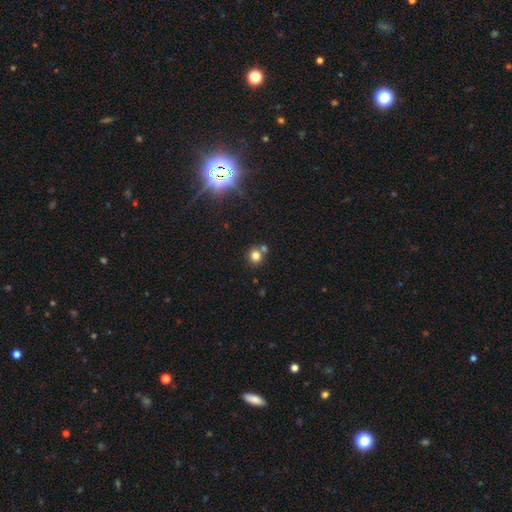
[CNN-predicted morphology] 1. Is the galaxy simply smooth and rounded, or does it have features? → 78% smooth, 14% star or artifact, 8% featured or disk.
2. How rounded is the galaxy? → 85% round, 14% in between, 1% cigar-shaped.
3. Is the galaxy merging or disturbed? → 63% none, 26% merger, 9% minor disturbance, 3% major disturbance.